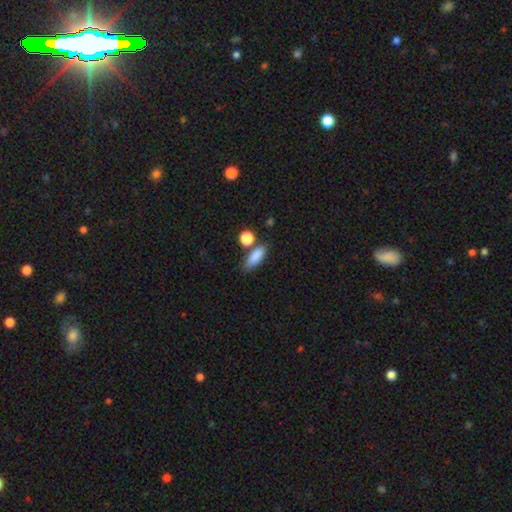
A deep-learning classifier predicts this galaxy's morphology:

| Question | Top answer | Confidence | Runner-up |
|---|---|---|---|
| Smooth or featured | smooth | 85% | star or artifact (8%) |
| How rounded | in between | 71% | cigar-shaped (23%) |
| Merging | none | 65% | minor disturbance (16%) |